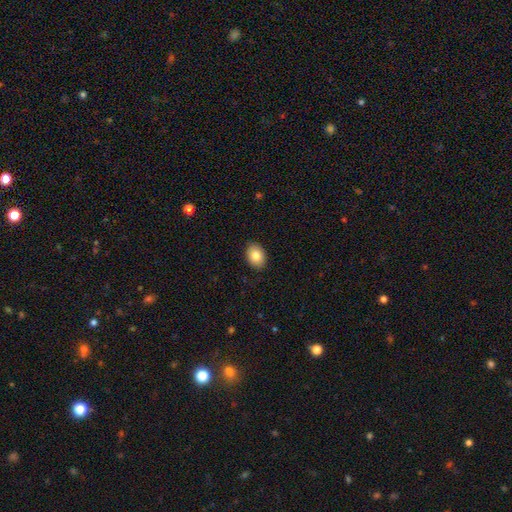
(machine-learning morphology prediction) This appears to be a smooth galaxy with no disk features (82%) that is in between round and cigar-shaped (71%). Merging: none (90%).